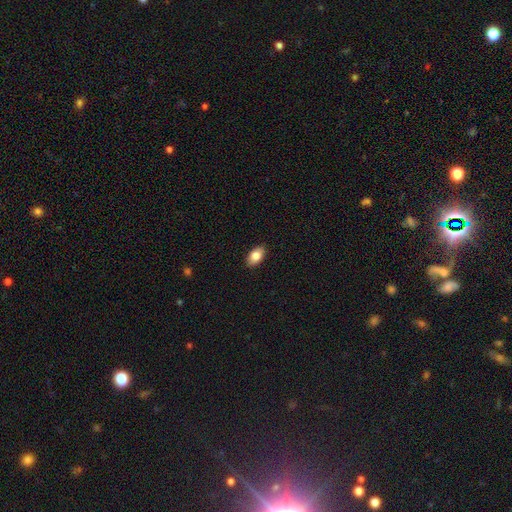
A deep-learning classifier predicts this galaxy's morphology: The model was most divided on "smooth or featured": smooth: 83%, featured or disk: 10%, star or artifact: 7%. More confident: how rounded — in between (92%); merging — none (90%).